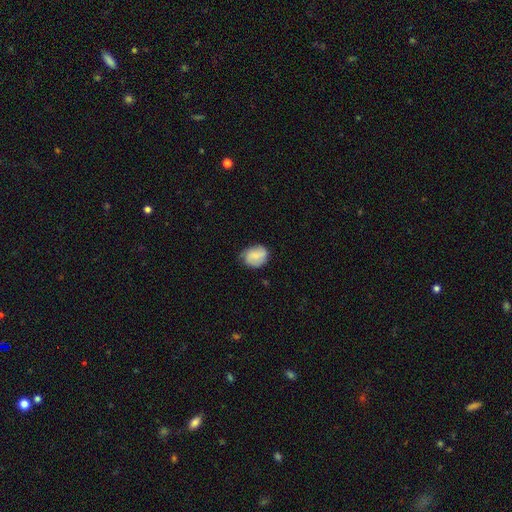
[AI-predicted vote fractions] Morphology: type=smooth (63%); roundness=round (51%); merging=none (67%).